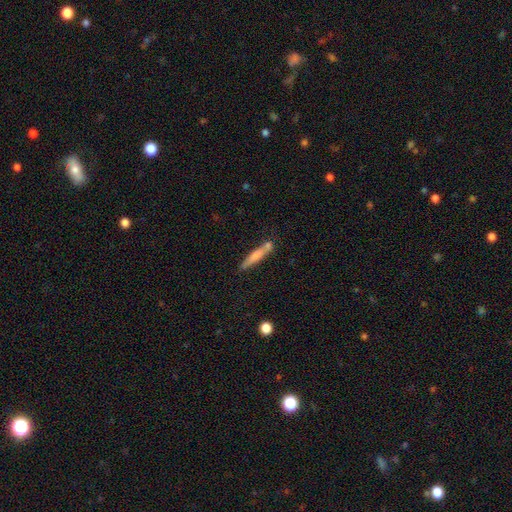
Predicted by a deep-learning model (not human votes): This is likely a smooth galaxy (66%). How rounded: clearly cigar-shaped (91%). Merging: likely none (63%).